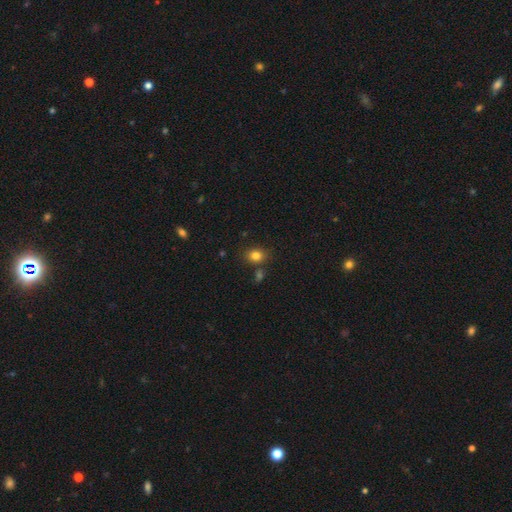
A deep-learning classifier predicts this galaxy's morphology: This is clearly a smooth galaxy (82%). How rounded: possibly round (52%). Merging: likely none (78%).